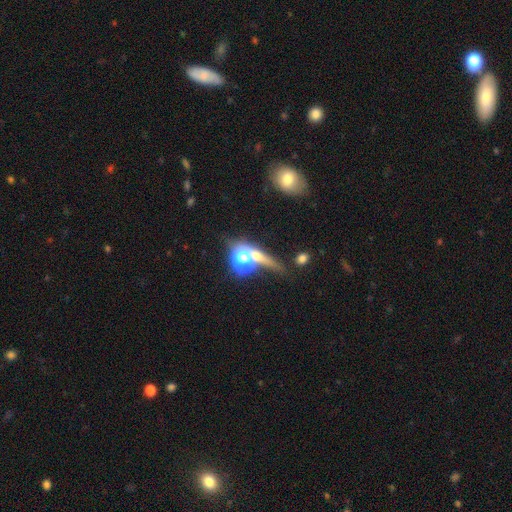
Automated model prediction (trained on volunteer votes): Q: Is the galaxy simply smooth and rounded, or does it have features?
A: smooth — 40%.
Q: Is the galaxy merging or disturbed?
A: none — 55%.